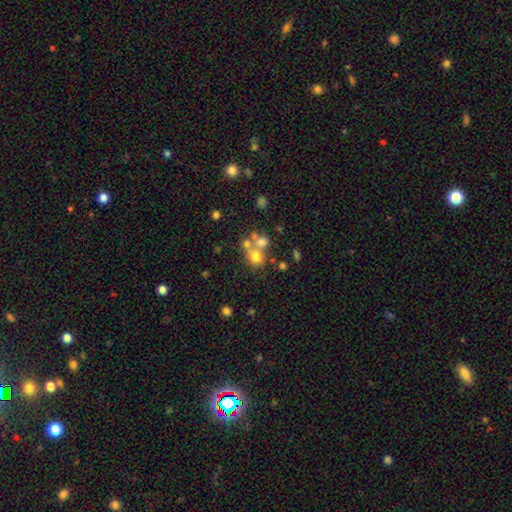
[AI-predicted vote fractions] A smooth galaxy with no disk features (66%) that is round (80%).

Vote fractions:
- Smooth or featured? smooth: 66% / featured or disk: 18% / star or artifact: 16%
- How rounded? round: 80% / in between: 19% / cigar-shaped: 1%
- Merging? merger: 44% / none: 42% / minor disturbance: 8% / major disturbance: 6%